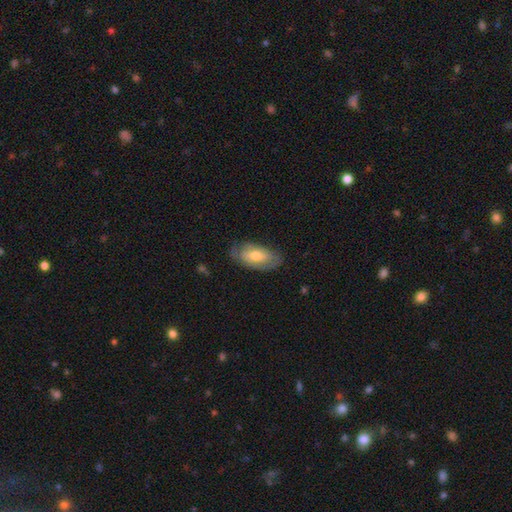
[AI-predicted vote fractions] Overall: smooth (55%; featured or disk 39%). How rounded: in between (91%). Merging: none (74%).